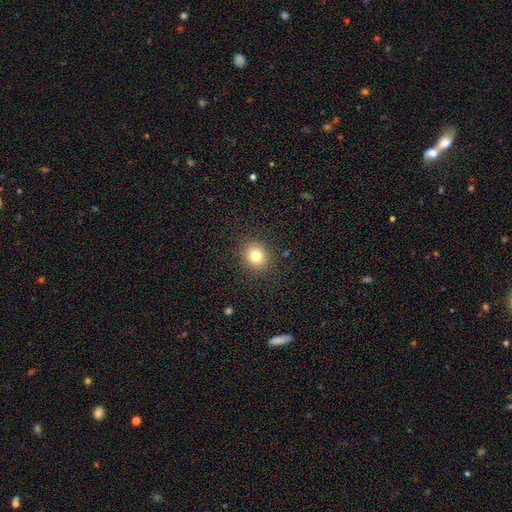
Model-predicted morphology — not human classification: type=smooth (79%); roundness=round (81%); merging=none (90%).